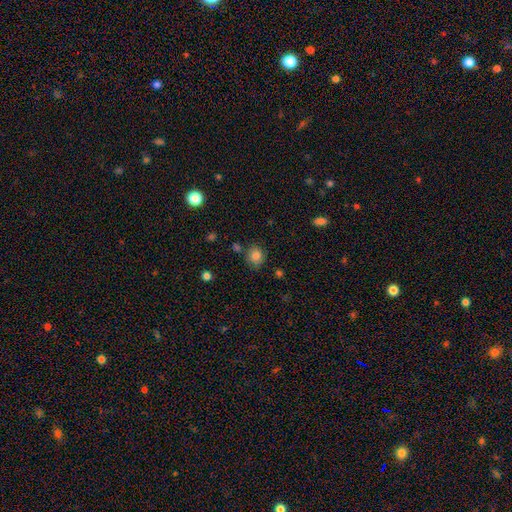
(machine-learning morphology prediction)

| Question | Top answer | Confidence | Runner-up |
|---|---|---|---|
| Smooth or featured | smooth | 83% | star or artifact (11%) |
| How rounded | round | 72% | in between (27%) |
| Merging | none | 76% | minor disturbance (16%) |